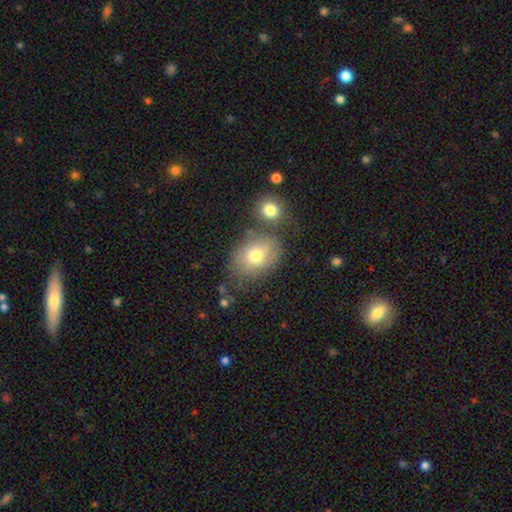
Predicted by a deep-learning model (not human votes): A smooth galaxy with no disk features (70%) that is in between round and cigar-shaped (64%).

Vote fractions:
- Smooth or featured? smooth: 70% / featured or disk: 19% / star or artifact: 10%
- How rounded? in between: 64% / round: 35% / cigar-shaped: 1%
- Merging? none: 58% / minor disturbance: 18% / merger: 17% / major disturbance: 7%